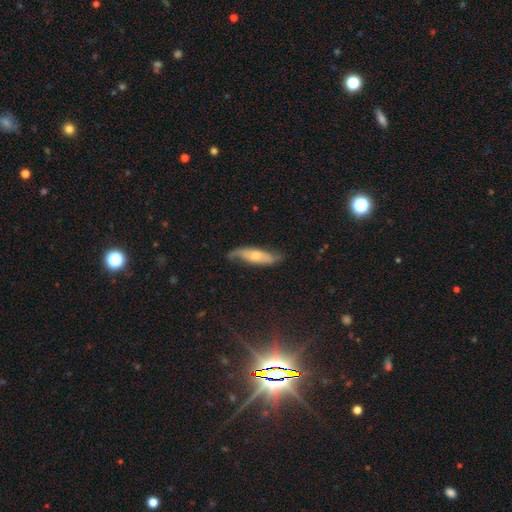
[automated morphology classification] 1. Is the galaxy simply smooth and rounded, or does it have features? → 49% featured or disk, 45% smooth, 6% star or artifact.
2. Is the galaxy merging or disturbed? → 62% none, 28% minor disturbance, 9% major disturbance, 2% merger.